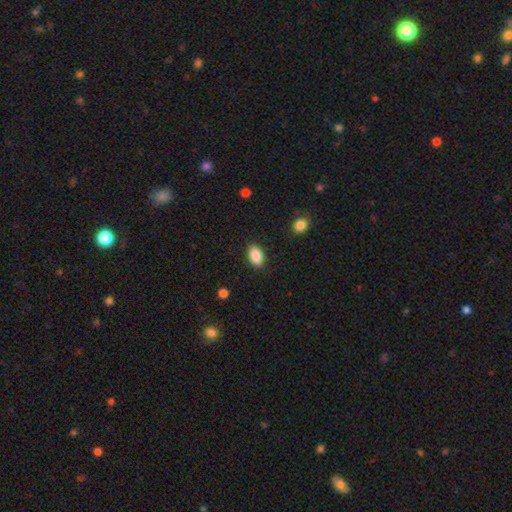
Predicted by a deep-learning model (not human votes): This appears to be a smooth galaxy with no disk features (89%) that is in between round and cigar-shaped (91%). Merging: none (89%).